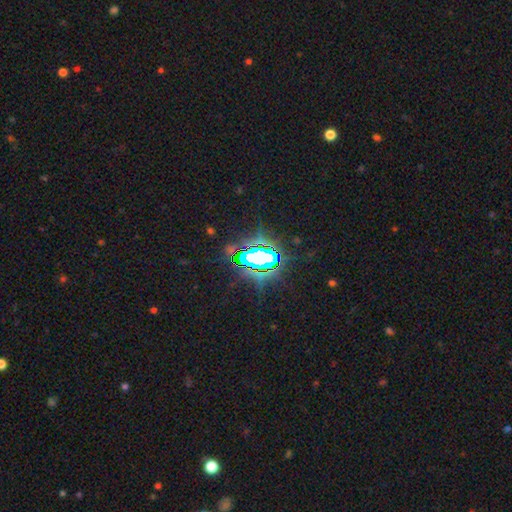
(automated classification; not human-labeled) Smooth or featured? Predicted: star or artifact (p=0.77).